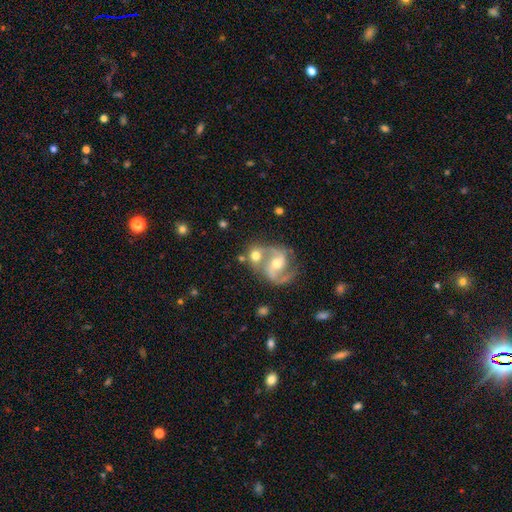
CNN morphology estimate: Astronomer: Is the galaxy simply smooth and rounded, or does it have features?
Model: featured or disk — 73%.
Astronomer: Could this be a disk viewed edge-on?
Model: no — 97%.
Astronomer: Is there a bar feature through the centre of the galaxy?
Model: weak — 42% (runner-up: no, 37%).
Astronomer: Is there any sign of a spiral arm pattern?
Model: yes — 92%.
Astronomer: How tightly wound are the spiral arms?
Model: medium — 57% (runner-up: loose, 32%).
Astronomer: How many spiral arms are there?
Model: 2 — 91%.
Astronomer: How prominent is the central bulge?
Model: moderate — 66%.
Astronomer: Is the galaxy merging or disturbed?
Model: none — 51% (runner-up: merger, 31%).